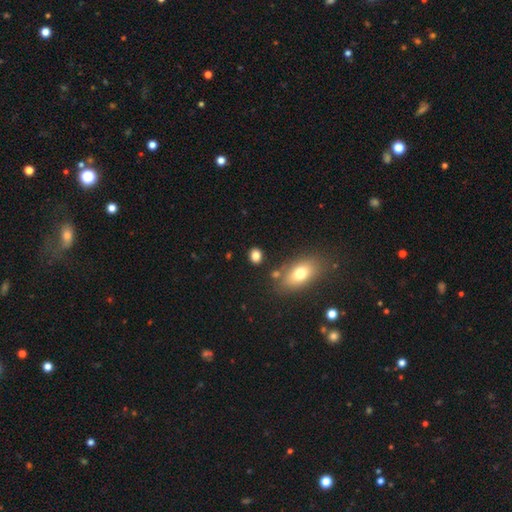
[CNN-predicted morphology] Smooth or featured? smooth (83%)
How rounded? in between (55%)
Merging? none (80%)